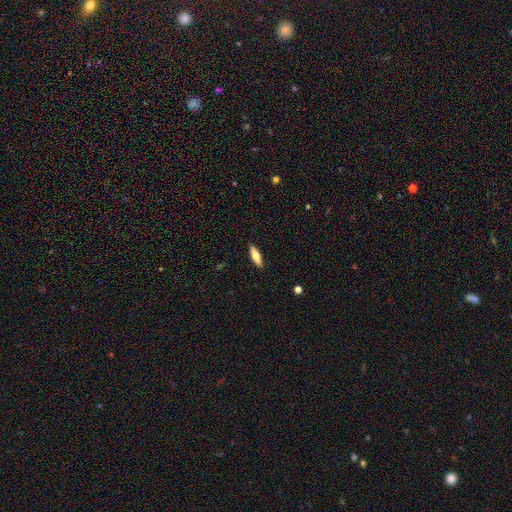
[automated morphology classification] This is likely a smooth galaxy (65%). How rounded: likely cigar-shaped (61%). Merging: clearly none (90%).